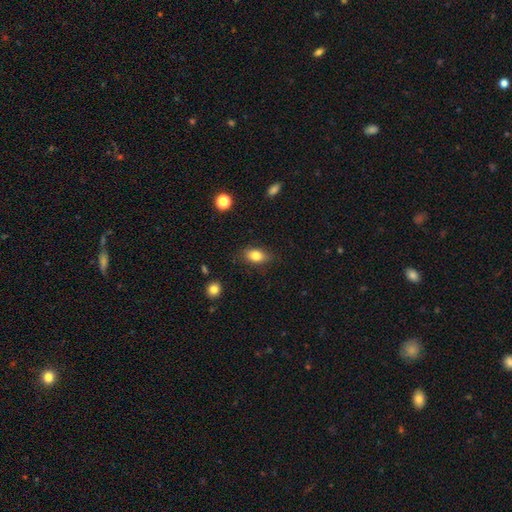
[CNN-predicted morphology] The model was most divided on "merging": none: 83%, minor disturbance: 13%, major disturbance: 3%, merger: 1%. More confident: how rounded — in between (86%); smooth or featured — smooth (82%).